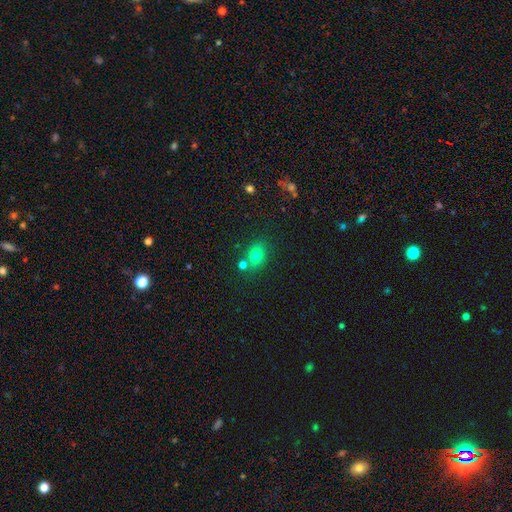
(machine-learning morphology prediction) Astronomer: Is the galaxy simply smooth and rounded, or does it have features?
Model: smooth — 75%.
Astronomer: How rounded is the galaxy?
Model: in between — 57% (runner-up: round, 42%).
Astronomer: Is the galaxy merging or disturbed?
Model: none — 66%.